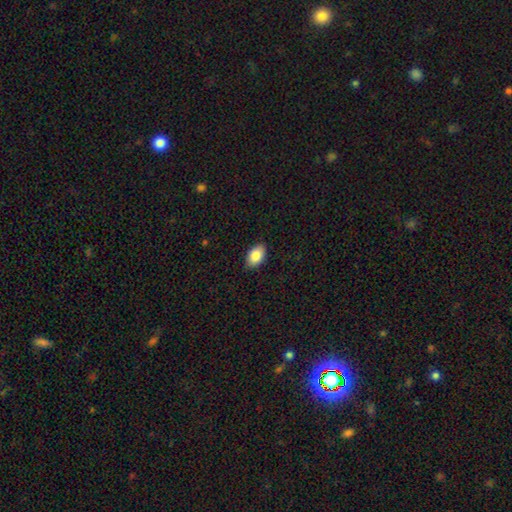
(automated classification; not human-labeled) This appears to be a smooth galaxy with no disk features (86%) that is in between round and cigar-shaped (91%). Merging: none (87%).